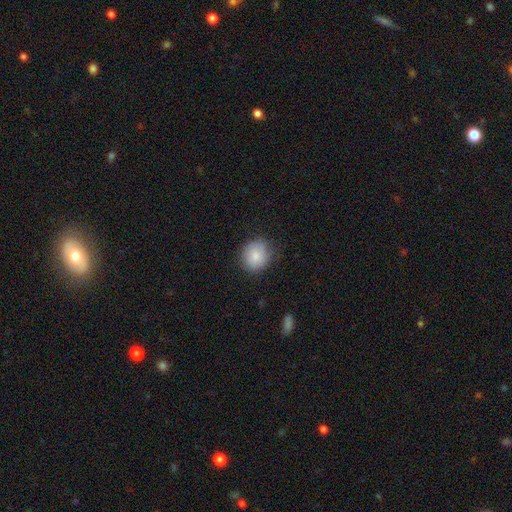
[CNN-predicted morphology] smooth_or_featured: smooth (p=0.79) [alt: featured or disk p=0.14]
how_rounded: round (p=0.80) [alt: in between p=0.19]
merging: none (p=0.76) [alt: minor disturbance p=0.18]